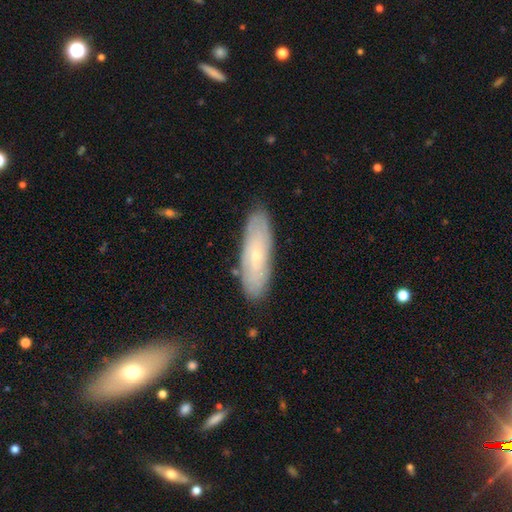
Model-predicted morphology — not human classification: A featured or disk galaxy (54%).

Vote fractions:
- Smooth or featured? featured or disk: 54% / smooth: 39% / star or artifact: 7%
- Edge-on disk? no: 73% / yes: 27%
- Merging? none: 84% / minor disturbance: 12% / major disturbance: 2% / merger: 2%